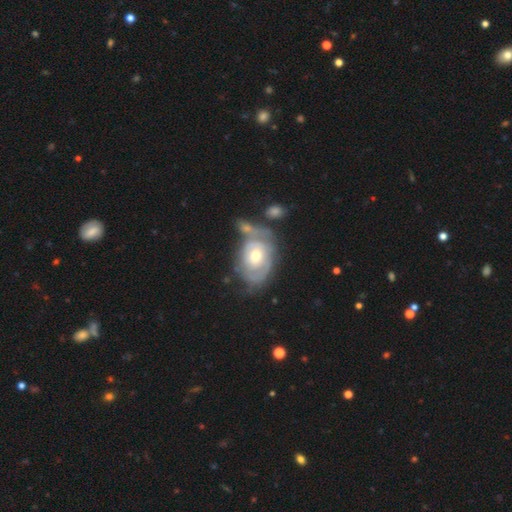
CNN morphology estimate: type=featured or disk (75%); edge-on=no (96%); bar=no (76%); spiral arms=yes (75%); winding=tight (69%); arm count=can't tell (43%); bulge=moderate (68%); merging=none (41%).